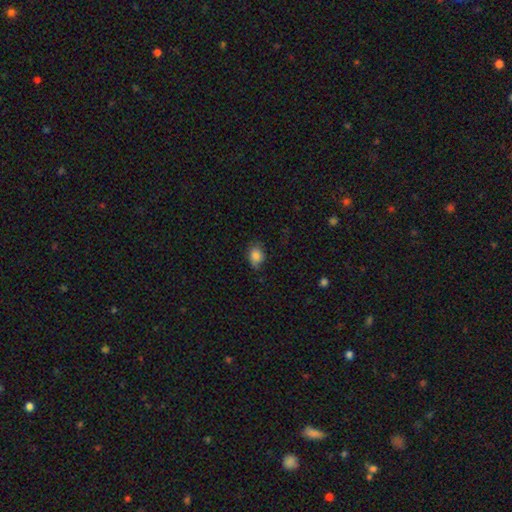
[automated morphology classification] Smooth or featured? smooth (84%)
How rounded? in between (61%)
Merging? none (65%)